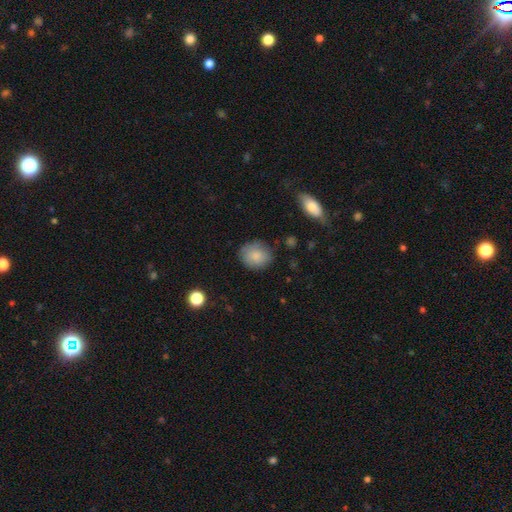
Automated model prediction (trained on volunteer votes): smooth 84%, featured or disk 9%, star or artifact 7%. Down the decision tree: how rounded — round (71%); merging — none (78%).